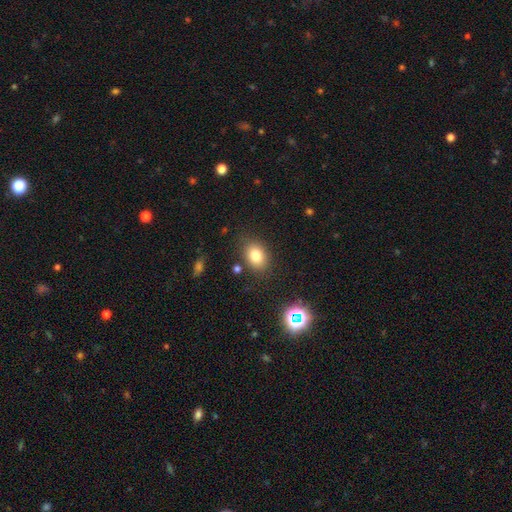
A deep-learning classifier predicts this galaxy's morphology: Smooth or featured? Predicted: smooth (p=0.80). How rounded? Predicted: in between (p=0.70). Merging? Predicted: none (p=0.80).